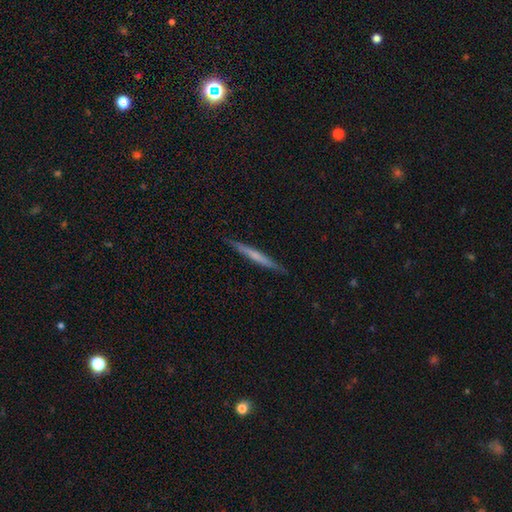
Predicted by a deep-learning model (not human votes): smooth-or-featured: smooth: 48% | featured or disk: 46% | star or artifact: 6%
  merging: none: 90% | minor disturbance: 7% | major disturbance: 1% | merger: 1%